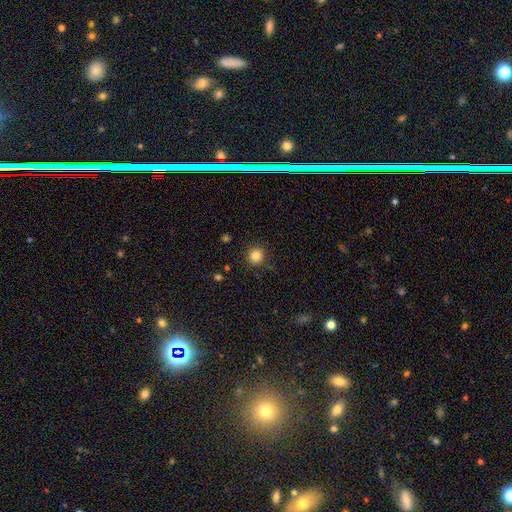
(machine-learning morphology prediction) A smooth galaxy with no disk features (84%) that is round (93%).

Vote fractions:
- Smooth or featured? smooth: 84% / star or artifact: 12% / featured or disk: 4%
- How rounded? round: 93% / in between: 6% / cigar-shaped: 1%
- Merging? none: 89% / minor disturbance: 7% / major disturbance: 2% / merger: 1%